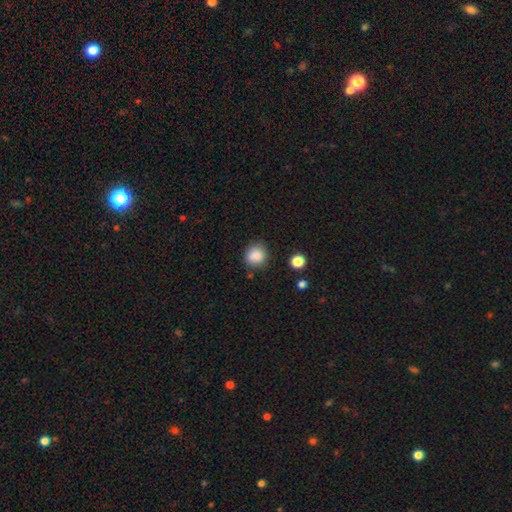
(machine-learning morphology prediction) Smooth or featured: smooth — 86% (star or artifact — 10%)
How rounded: round — 84% (in between — 15%)
Merging: none — 80% (minor disturbance — 13%)